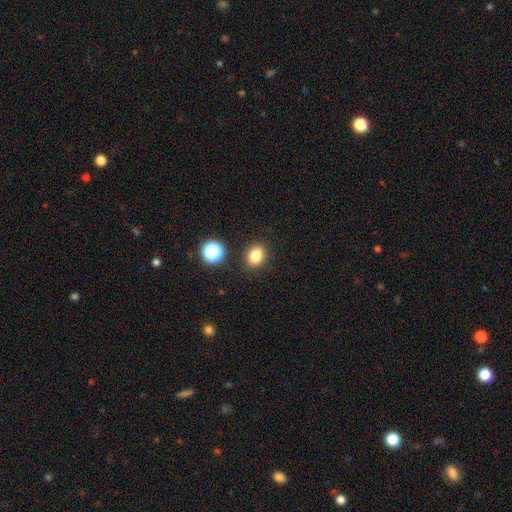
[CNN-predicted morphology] Q: Smooth or featured?
A: smooth (82%); runner-up: star or artifact (13%)
Q: How rounded?
A: round (51%); runner-up: in between (48%)
Q: Merging?
A: none (87%); runner-up: minor disturbance (8%)